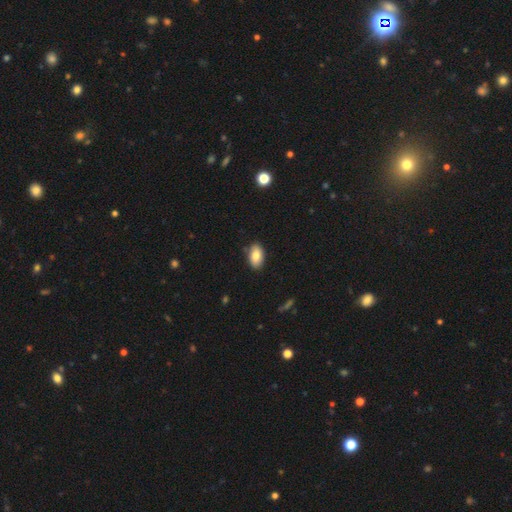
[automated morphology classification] type=smooth (83%); roundness=in between (93%); merging=none (84%).